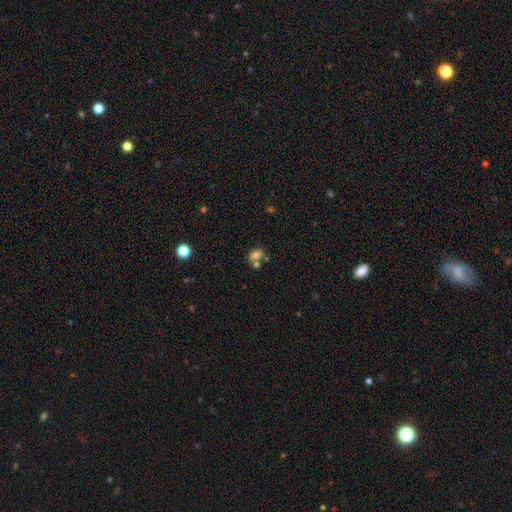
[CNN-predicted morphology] smooth 71%, star or artifact 15%, featured or disk 14%. Down the decision tree: how rounded — in between (63%); merging — none (45%).